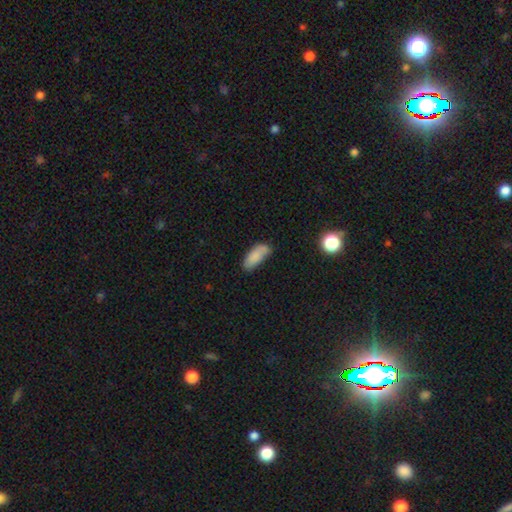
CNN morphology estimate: Overall: smooth (83%). How rounded: in between (83%). Merging: none (61%; minor disturbance 28%).